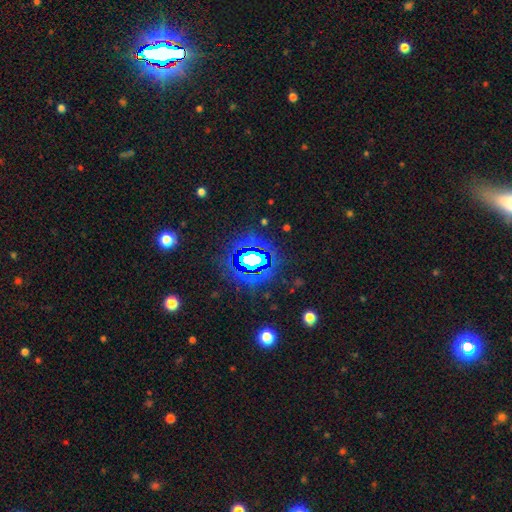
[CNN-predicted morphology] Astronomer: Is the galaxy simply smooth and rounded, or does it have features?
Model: star or artifact — 71%.